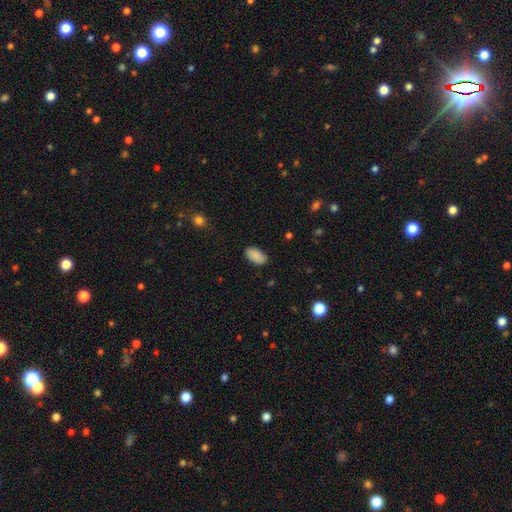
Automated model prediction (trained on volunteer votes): This appears to be a smooth galaxy with no disk features (89%) that is in between round and cigar-shaped (95%). Merging: none (86%).